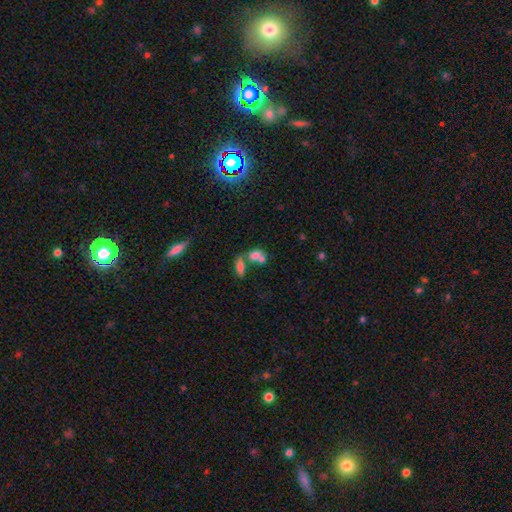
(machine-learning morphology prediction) The model was most divided on "merging": merger: 54%, none: 30%, minor disturbance: 9%, major disturbance: 6%. More confident: smooth or featured — smooth (72%); how rounded — in between (66%).